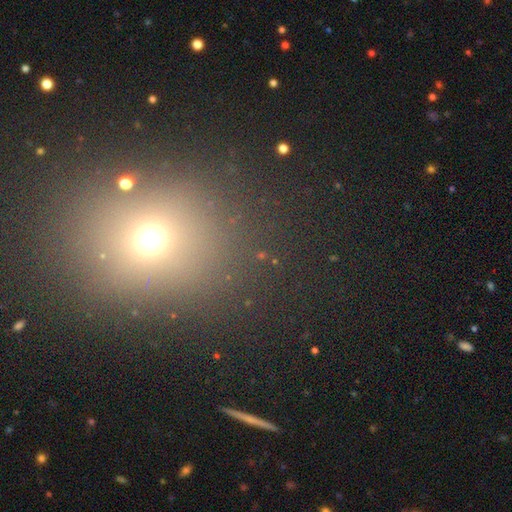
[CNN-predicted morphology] This is possibly a smooth galaxy (53%). How rounded: likely round (72%). Merging: clearly none (85%).